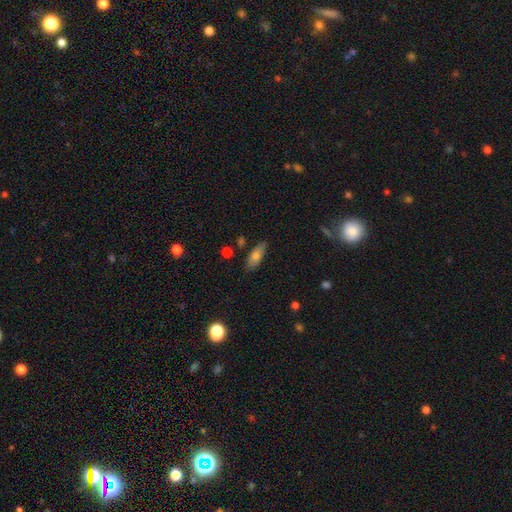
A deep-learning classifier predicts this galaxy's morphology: type=smooth (73%); roundness=in between (74%); merging=none (83%).